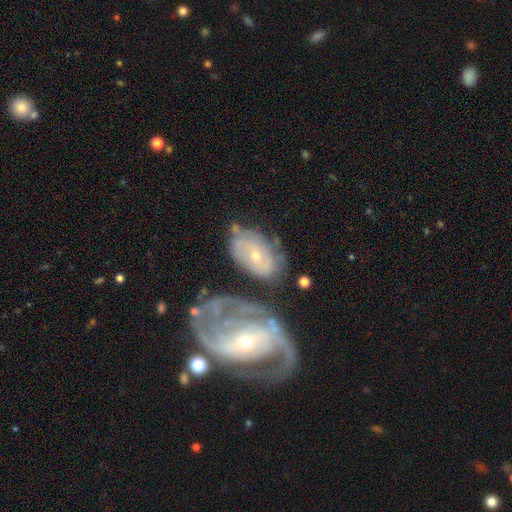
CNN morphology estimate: The model was most divided on "bulge size": small: 60%, moderate: 36%, large: 2%, none: 1%, dominant: 1%. More confident: edge-on disk — no (93%); spiral arms — yes (79%); smooth or featured — featured or disk (67%); bar — no (64%); merging — none (51%).